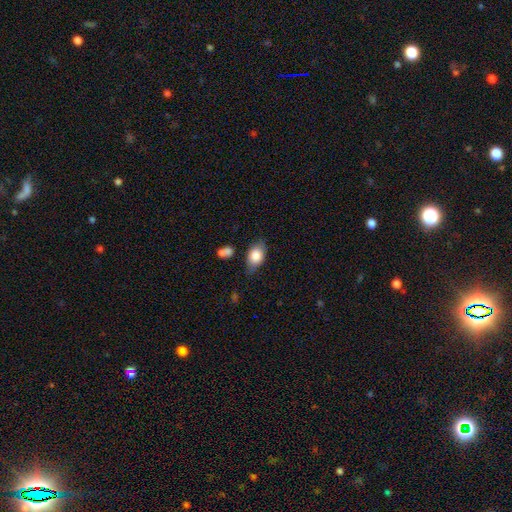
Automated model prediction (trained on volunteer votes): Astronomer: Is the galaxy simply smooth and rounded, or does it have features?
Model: smooth — 79%.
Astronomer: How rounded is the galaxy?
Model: in between — 83%.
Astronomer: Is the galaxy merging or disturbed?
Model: none — 67%.